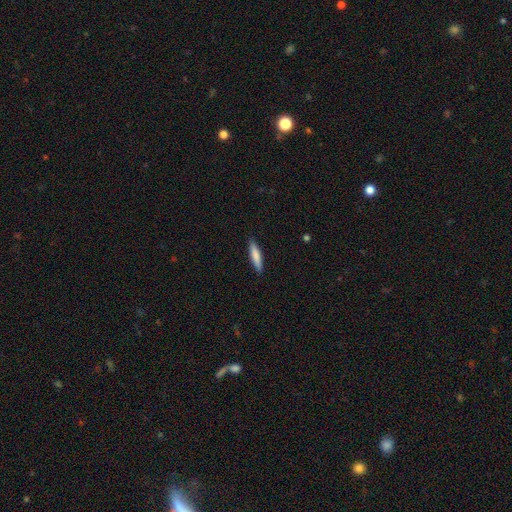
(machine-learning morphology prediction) The model was most divided on "smooth or featured": smooth: 79%, featured or disk: 15%, star or artifact: 5%. More confident: merging — none (89%); how rounded — cigar-shaped (84%).